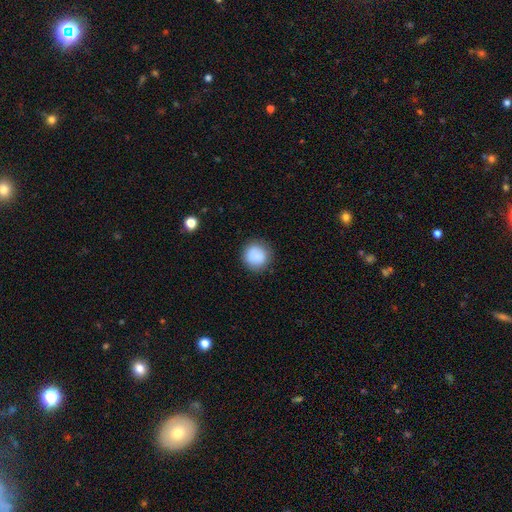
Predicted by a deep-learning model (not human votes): A smooth galaxy with no disk features (88%) that is round (92%).

Vote fractions:
- Smooth or featured? smooth: 88% / star or artifact: 8% / featured or disk: 4%
- How rounded? round: 92% / in between: 7% / cigar-shaped: 1%
- Merging? none: 88% / minor disturbance: 9% / major disturbance: 3% / merger: 1%